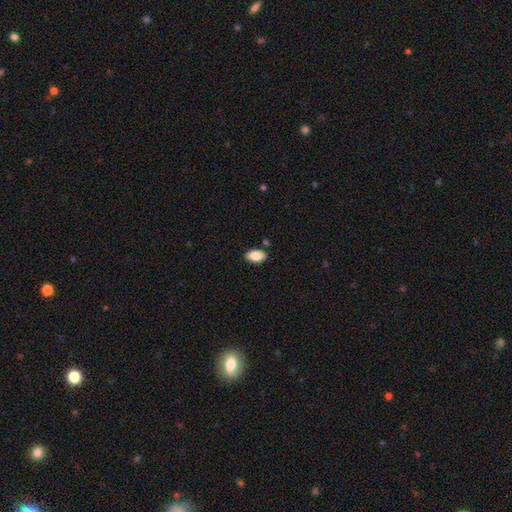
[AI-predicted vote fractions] Smooth or featured? Predicted: smooth (p=0.87). How rounded? Predicted: in between (p=0.93). Merging? Predicted: none (p=0.85).